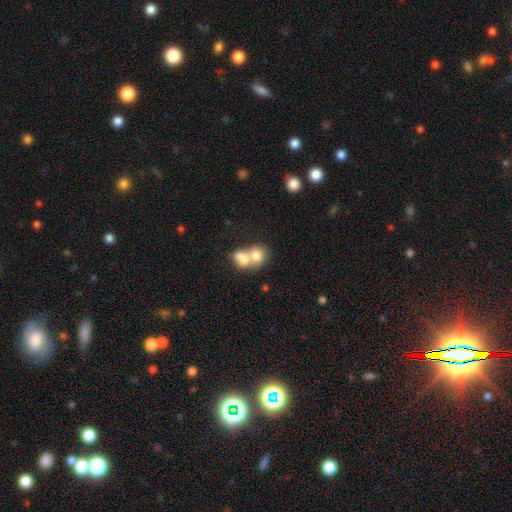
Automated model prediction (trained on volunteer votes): This appears to be a smooth galaxy with no disk features (72%) that is round (56%). Merging: merger (74%).